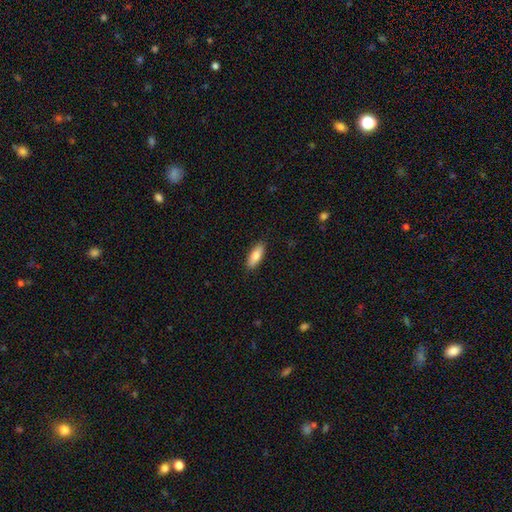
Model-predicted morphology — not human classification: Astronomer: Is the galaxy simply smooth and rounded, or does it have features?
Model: smooth — 81%.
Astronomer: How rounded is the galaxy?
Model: in between — 70%.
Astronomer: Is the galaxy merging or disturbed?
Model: none — 88%.